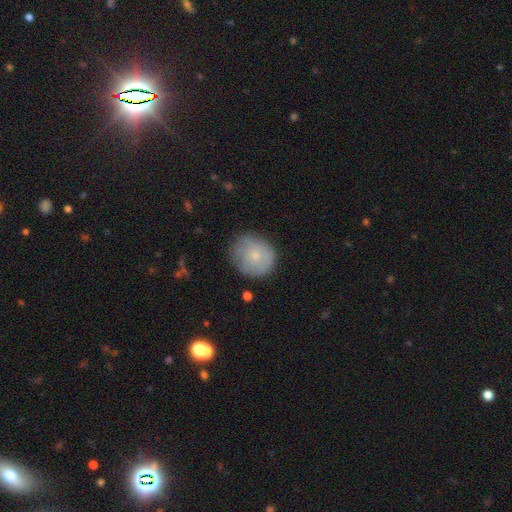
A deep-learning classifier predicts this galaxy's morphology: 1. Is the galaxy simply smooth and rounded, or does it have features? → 70% smooth, 22% featured or disk, 7% star or artifact.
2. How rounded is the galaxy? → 87% round, 12% in between, 1% cigar-shaped.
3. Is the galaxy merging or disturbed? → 72% none, 21% minor disturbance, 5% major disturbance, 2% merger.